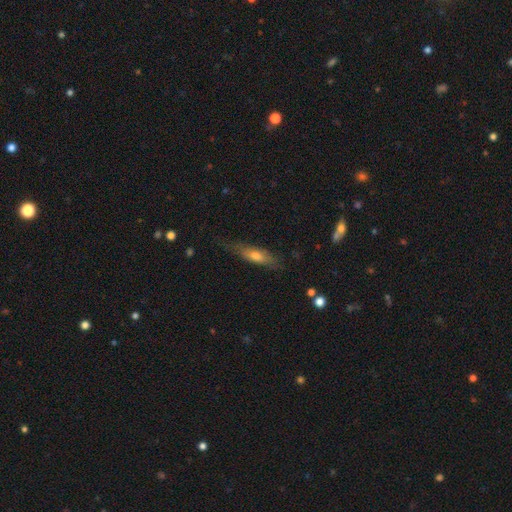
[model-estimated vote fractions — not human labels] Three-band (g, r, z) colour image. It shows a smooth galaxy with no disk features (58%) that is cigar-shaped (62%). Merging: none (69%).